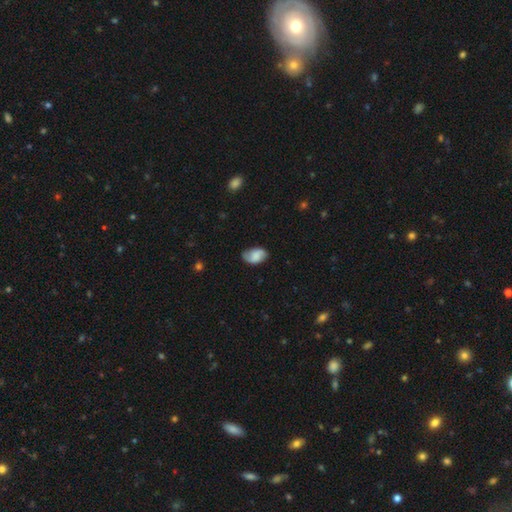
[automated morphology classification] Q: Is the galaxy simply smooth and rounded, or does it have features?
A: smooth — 52%.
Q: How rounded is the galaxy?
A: in between — 89%.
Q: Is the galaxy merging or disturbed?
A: none — 72%.